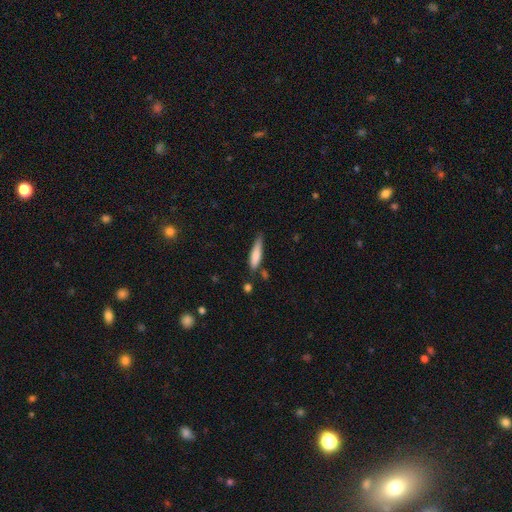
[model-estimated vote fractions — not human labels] Smooth or featured: smooth — 79% (featured or disk — 15%)
How rounded: cigar-shaped — 75% (in between — 24%)
Merging: none — 64% (minor disturbance — 25%)